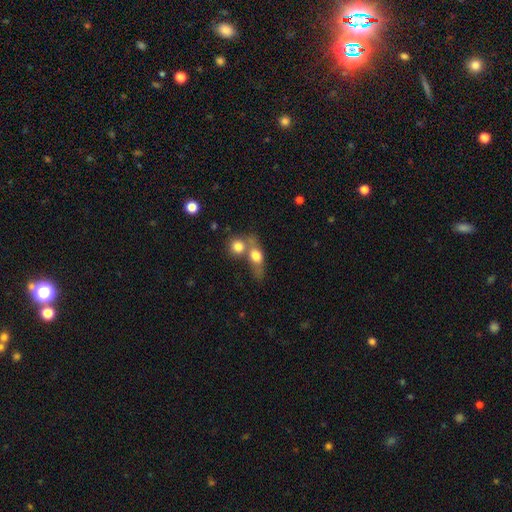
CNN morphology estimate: Smooth or featured? smooth (71%)
How rounded? in between (50%)
Merging? merger (52%)